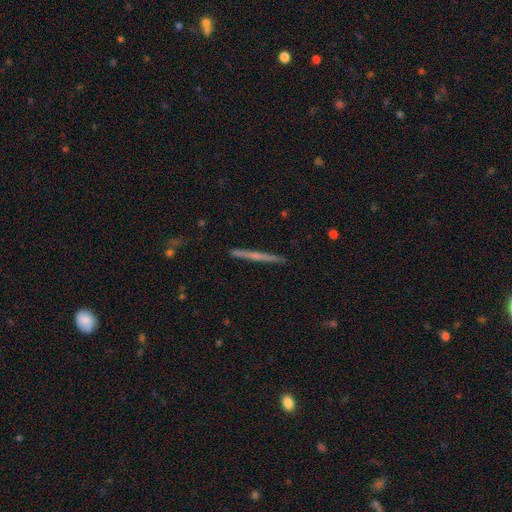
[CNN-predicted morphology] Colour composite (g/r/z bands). It shows a featured or disk galaxy (55%) viewed edge-on (98%) with no central bulge (71%). Merging: none (92%).